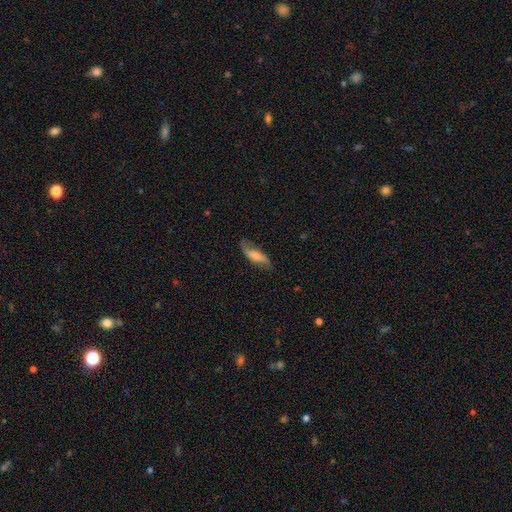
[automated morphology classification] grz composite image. It shows a featured or disk galaxy (59%). Merging: none (71%).